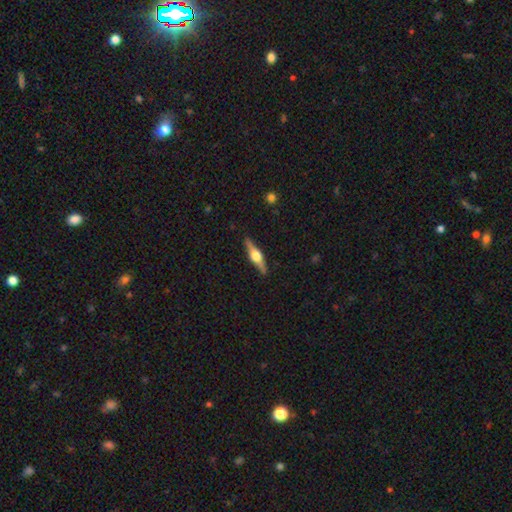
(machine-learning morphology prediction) type=featured or disk (76%); edge-on=yes (98%); edge-on bulge=rounded (95%); merging=none (90%).